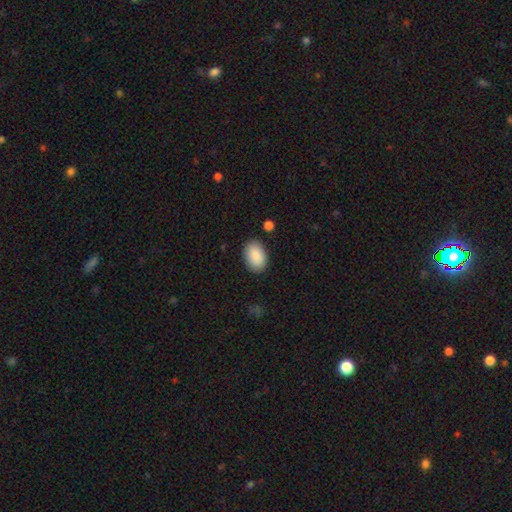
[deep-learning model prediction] smooth 90%, star or artifact 6%, featured or disk 4%. Down the decision tree: how rounded — in between (90%); merging — none (87%).